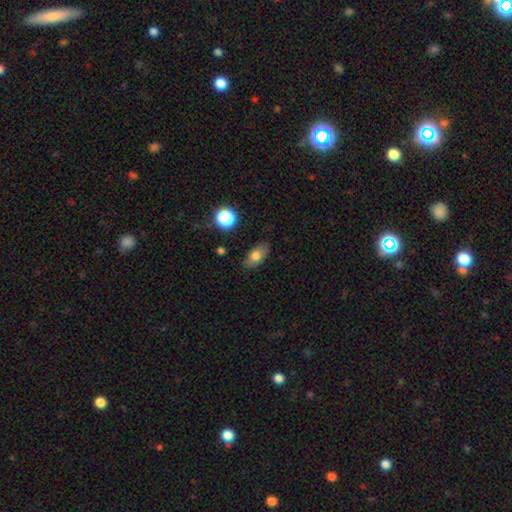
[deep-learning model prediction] Smooth or featured?
  - smooth: 75% *
  - featured or disk: 15%
  - star or artifact: 9%
How rounded?
  - in between: 85% *
  - round: 8%
  - cigar-shaped: 7%
Merging?
  - none: 83% *
  - minor disturbance: 13%
  - major disturbance: 3%
  - merger: 2%